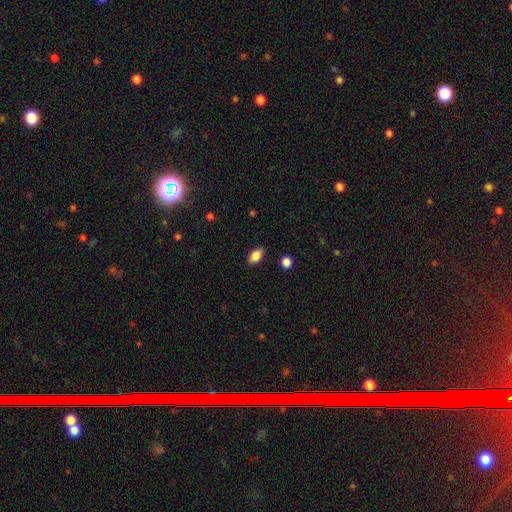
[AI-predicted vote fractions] This is clearly a smooth galaxy (86%). How rounded: clearly in between (90%). Merging: clearly none (87%).